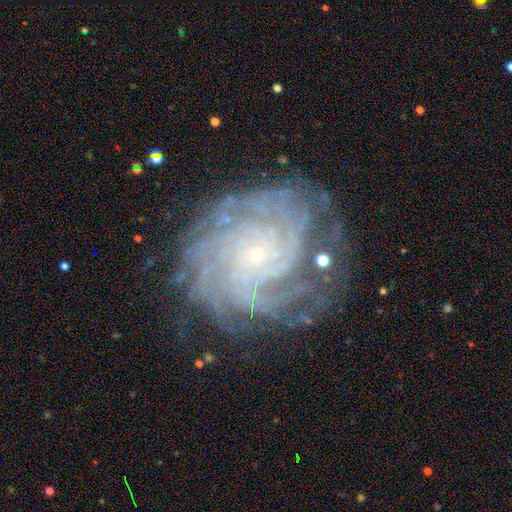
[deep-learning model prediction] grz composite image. It shows a featured or disk galaxy (89%) with no bar (78%), more than 4 (33%) tight (80%) spiral arms (98%) and a small central bulge (90%). Merging: none (75%).